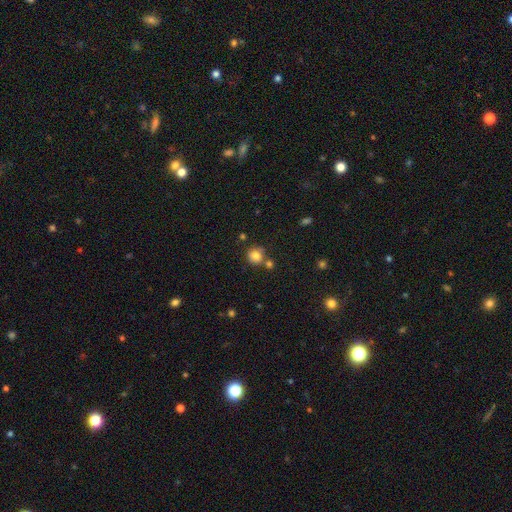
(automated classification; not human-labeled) This is clearly a smooth galaxy (80%). How rounded: clearly round (89%). Merging: likely none (70%).